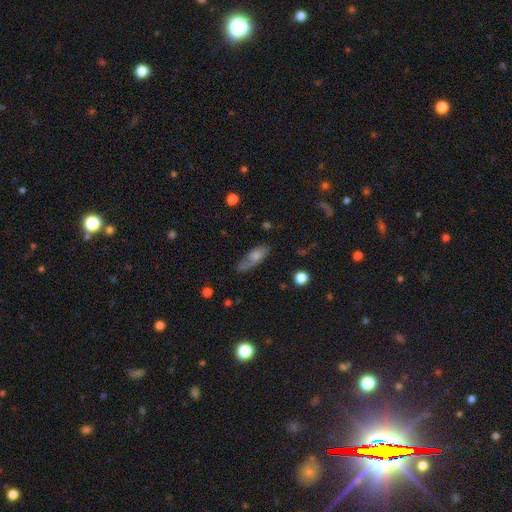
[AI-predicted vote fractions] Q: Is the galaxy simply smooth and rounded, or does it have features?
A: smooth — 52%.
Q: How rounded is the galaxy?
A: in between — 58%.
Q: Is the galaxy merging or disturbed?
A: none — 52%.